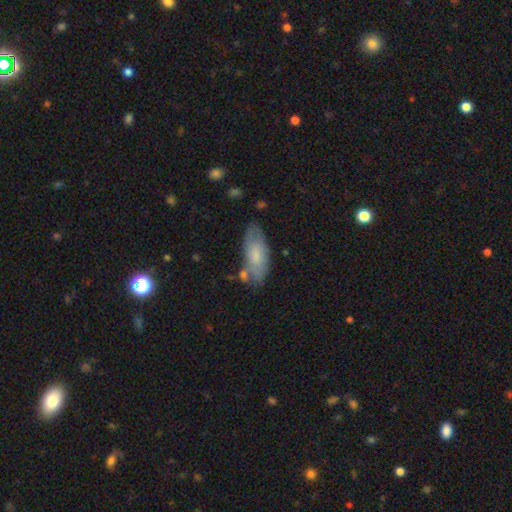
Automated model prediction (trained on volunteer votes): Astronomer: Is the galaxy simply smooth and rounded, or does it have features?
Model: smooth — 65%.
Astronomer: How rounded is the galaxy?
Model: in between — 83%.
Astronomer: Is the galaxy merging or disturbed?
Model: none — 61%.